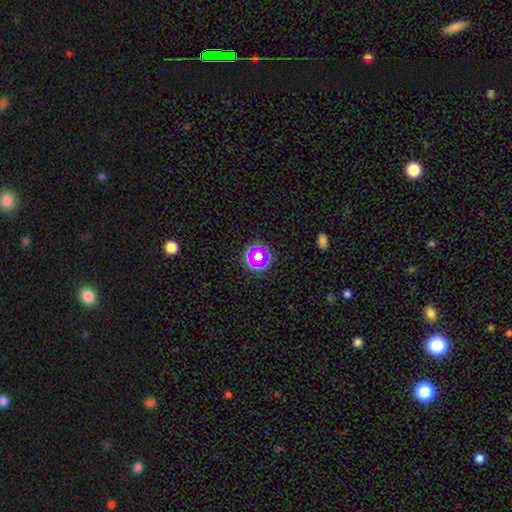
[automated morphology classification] This appears to be a smooth galaxy with no disk features (44%). Merging: none (80%).